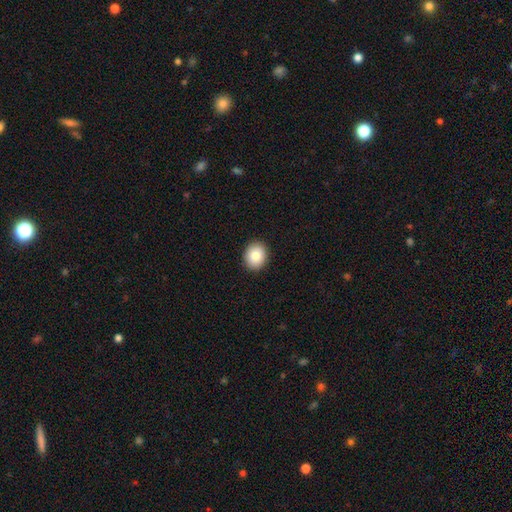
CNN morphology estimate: smooth 82%, featured or disk 9%, star or artifact 8%. Down the decision tree: how rounded — round (64%); merging — none (91%).